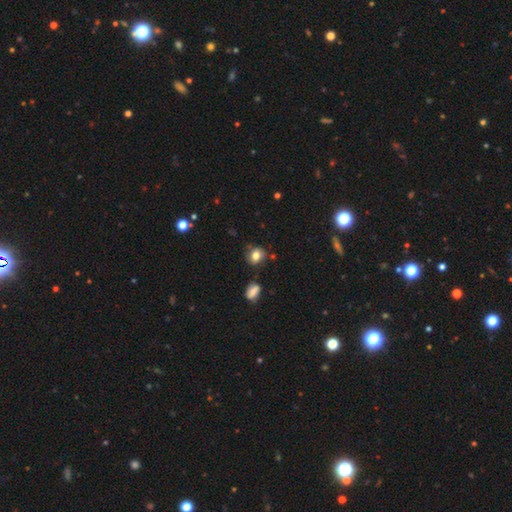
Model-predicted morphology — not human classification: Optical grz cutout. It shows a smooth galaxy with no disk features (76%) that is round (62%). Merging: none (69%).